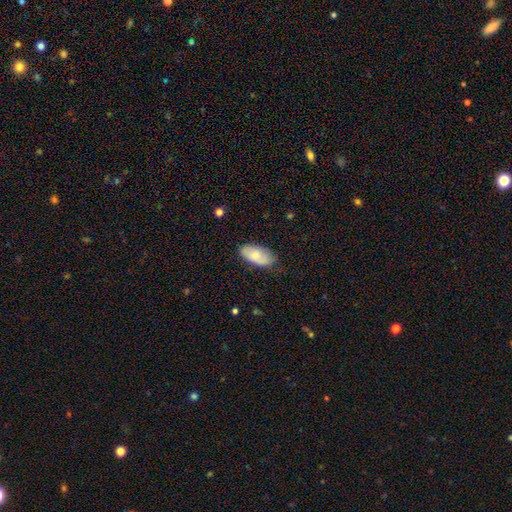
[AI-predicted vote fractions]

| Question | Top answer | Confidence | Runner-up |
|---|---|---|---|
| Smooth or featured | smooth | 73% | featured or disk (21%) |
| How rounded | in between | 93% | cigar-shaped (5%) |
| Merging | none | 75% | minor disturbance (20%) |